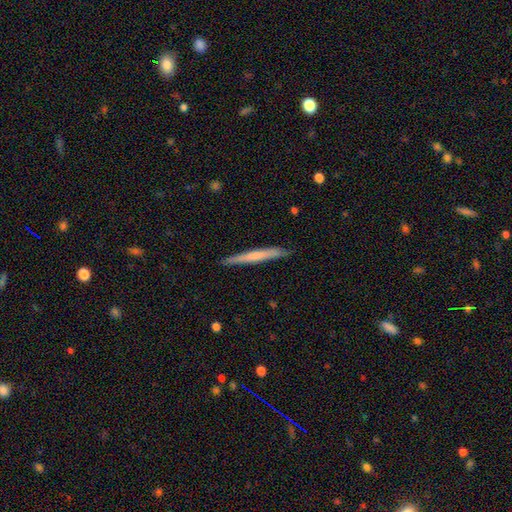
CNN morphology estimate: Smooth or featured: smooth — 55% (featured or disk — 39%)
How rounded: cigar-shaped — 97% (in between — 2%)
Merging: none — 89% (minor disturbance — 8%)